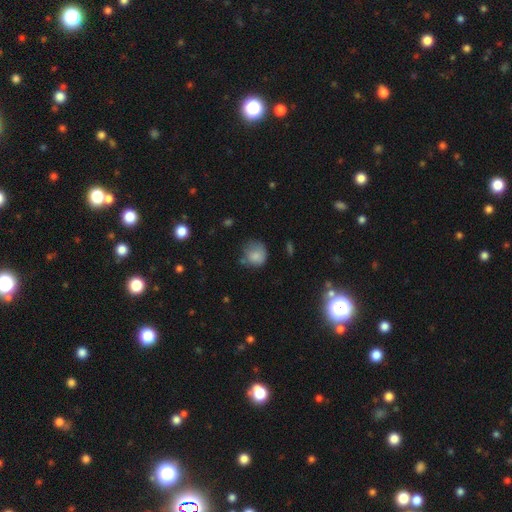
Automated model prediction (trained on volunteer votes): Q: Smooth or featured?
A: smooth (80%); runner-up: featured or disk (11%)
Q: How rounded?
A: round (82%); runner-up: in between (17%)
Q: Merging?
A: none (51%); runner-up: minor disturbance (31%)